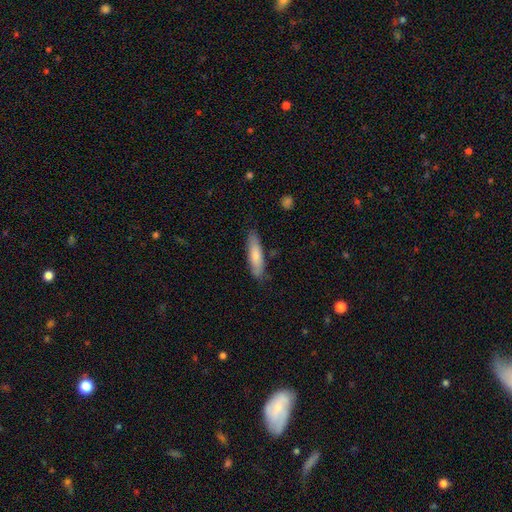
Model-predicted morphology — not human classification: Smooth or featured?
  - smooth: 76% *
  - featured or disk: 18%
  - star or artifact: 6%
How rounded?
  - cigar-shaped: 69% *
  - in between: 29%
  - round: 1%
Merging?
  - none: 81% *
  - minor disturbance: 15%
  - major disturbance: 3%
  - merger: 2%